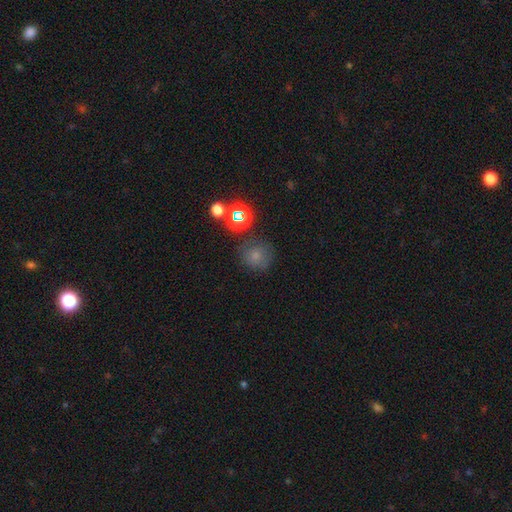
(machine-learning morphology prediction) This appears to be a smooth galaxy with no disk features (71%) that is round (90%). Merging: none (73%).